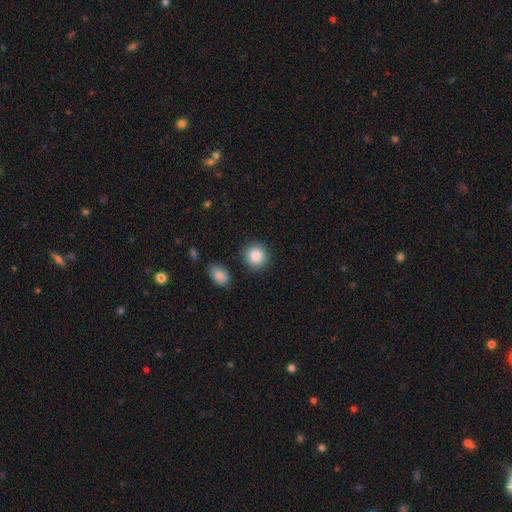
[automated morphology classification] type=smooth (87%); roundness=round (88%); merging=none (85%).